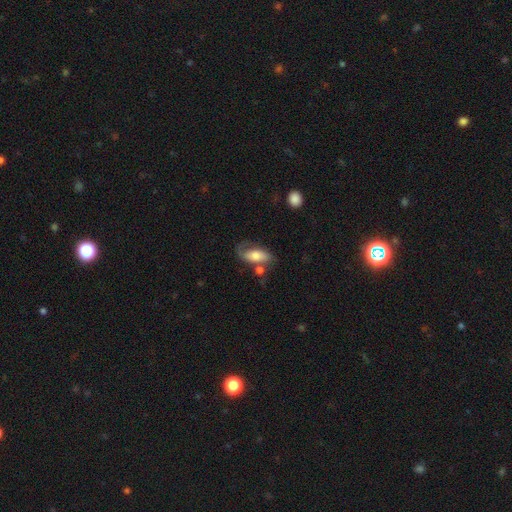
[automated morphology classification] This is possibly a smooth galaxy (53%). How rounded: clearly in between (85%). Merging: marginally none (41%).